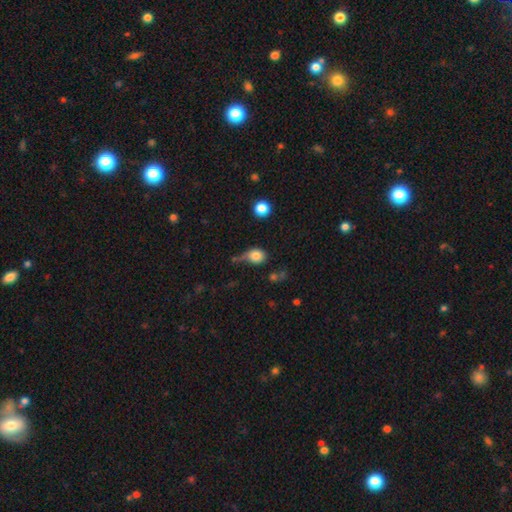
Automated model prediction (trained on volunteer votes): Q: Smooth or featured?
A: smooth (81%); runner-up: star or artifact (10%)
Q: How rounded?
A: round (62%); runner-up: in between (37%)
Q: Merging?
A: none (46%); runner-up: minor disturbance (27%)